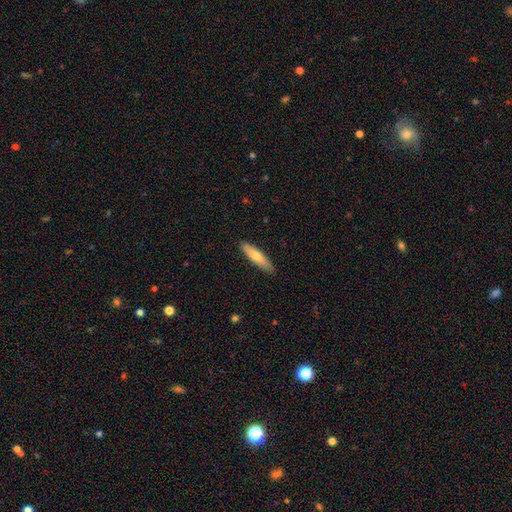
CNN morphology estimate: Q: Smooth or featured?
A: smooth (65%); runner-up: featured or disk (29%)
Q: How rounded?
A: cigar-shaped (75%); runner-up: in between (24%)
Q: Merging?
A: none (88%); runner-up: minor disturbance (9%)